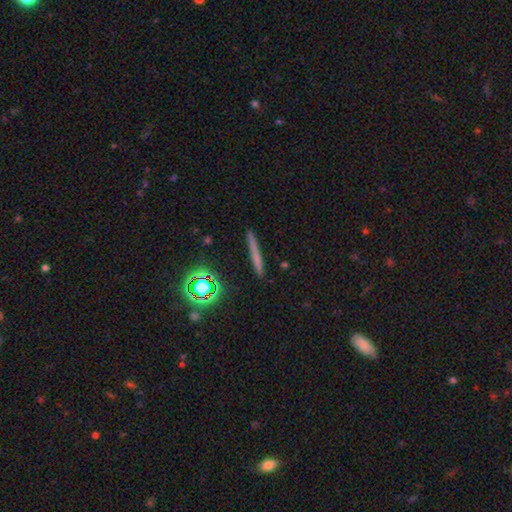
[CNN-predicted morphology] smooth-or-featured: smooth: 54% | featured or disk: 29% | star or artifact: 17%
  how-rounded: cigar-shaped: 92% | round: 5% | in between: 3%
  merging: none: 89% | minor disturbance: 8% | major disturbance: 2% | merger: 2%